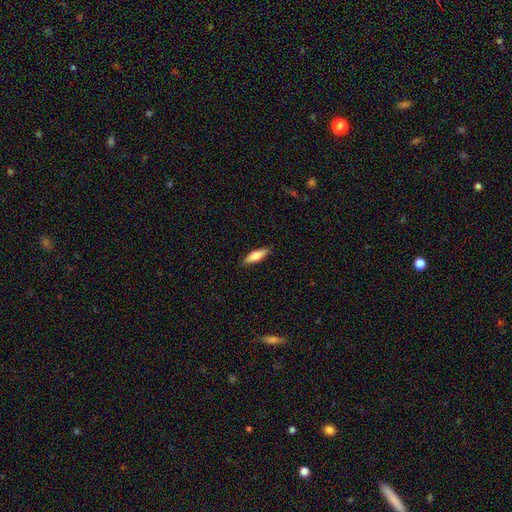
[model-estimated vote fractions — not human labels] This is likely a smooth galaxy (71%). How rounded: possibly cigar-shaped (55%). Merging: clearly none (87%).